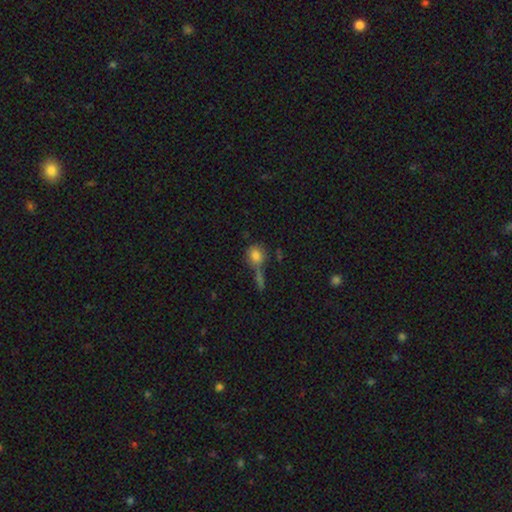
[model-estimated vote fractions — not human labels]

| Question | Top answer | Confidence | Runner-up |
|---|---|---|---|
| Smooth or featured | smooth | 78% | featured or disk (11%) |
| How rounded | round | 70% | in between (26%) |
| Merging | none | 48% | merger (26%) |